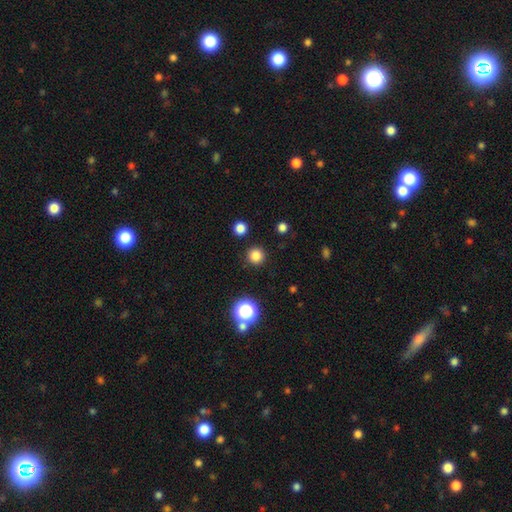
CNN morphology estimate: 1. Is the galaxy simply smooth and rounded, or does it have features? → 82% smooth, 15% star or artifact, 4% featured or disk.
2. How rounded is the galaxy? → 96% round, 3% in between, 1% cigar-shaped.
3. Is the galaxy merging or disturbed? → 91% none, 5% minor disturbance, 2% major disturbance, 2% merger.